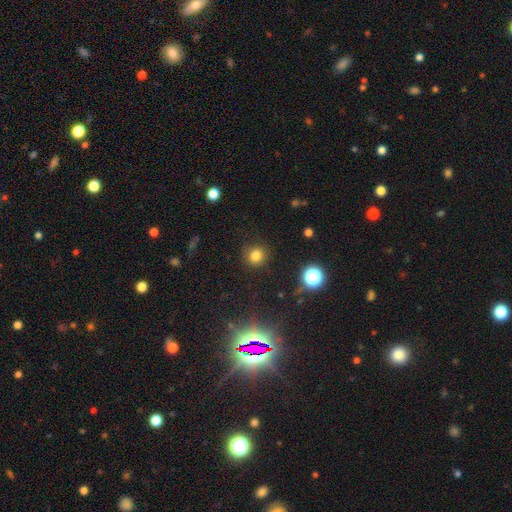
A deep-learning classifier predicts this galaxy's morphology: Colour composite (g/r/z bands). It shows a smooth galaxy with no disk features (78%) that is round (90%). Merging: none (88%).